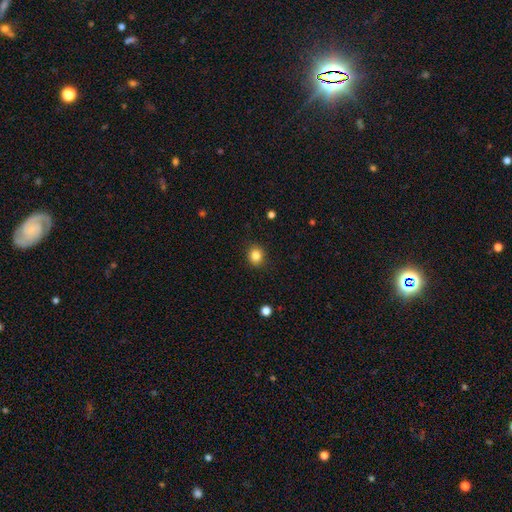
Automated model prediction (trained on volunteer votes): smooth_or_featured: smooth (p=0.84) [alt: star or artifact p=0.11]
how_rounded: round (p=0.80) [alt: in between p=0.19]
merging: none (p=0.90) [alt: minor disturbance p=0.07]